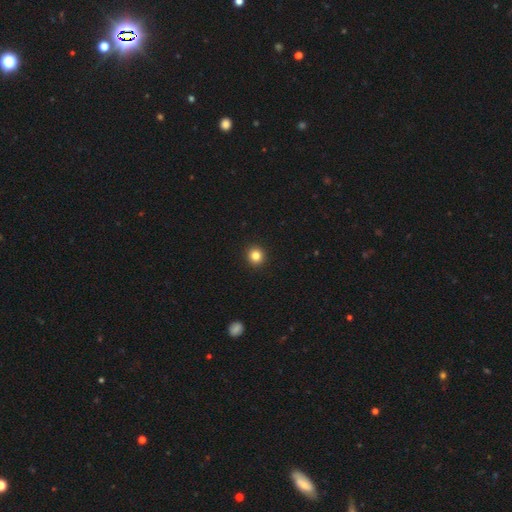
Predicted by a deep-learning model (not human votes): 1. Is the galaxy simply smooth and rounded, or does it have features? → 83% smooth, 12% star or artifact, 5% featured or disk.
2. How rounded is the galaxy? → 92% round, 7% in between, 1% cigar-shaped.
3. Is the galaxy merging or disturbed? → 94% none, 4% minor disturbance, 1% major disturbance, 1% merger.